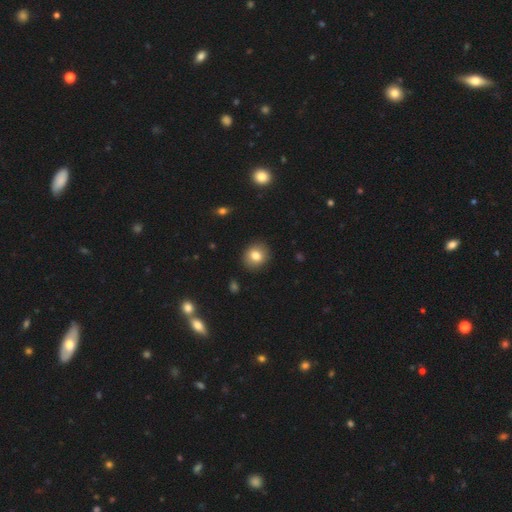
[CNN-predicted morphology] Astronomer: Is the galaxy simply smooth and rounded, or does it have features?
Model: smooth — 80%.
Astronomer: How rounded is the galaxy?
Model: round — 73%.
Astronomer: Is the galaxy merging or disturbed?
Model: none — 89%.